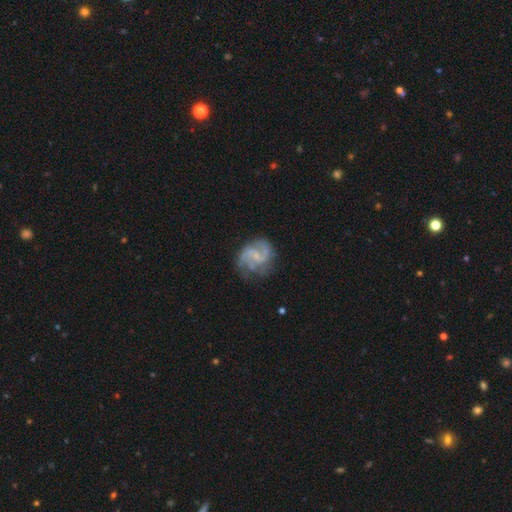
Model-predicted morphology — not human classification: The model was most divided on "bar": weak: 49%, no: 41%, strong: 10%. More confident: edge-on disk — no (98%); spiral arms — yes (96%); smooth or featured — featured or disk (86%); merging — none (67%); bulge size — small (65%); spiral arm count — 2 (64%); spiral winding — medium (54%).